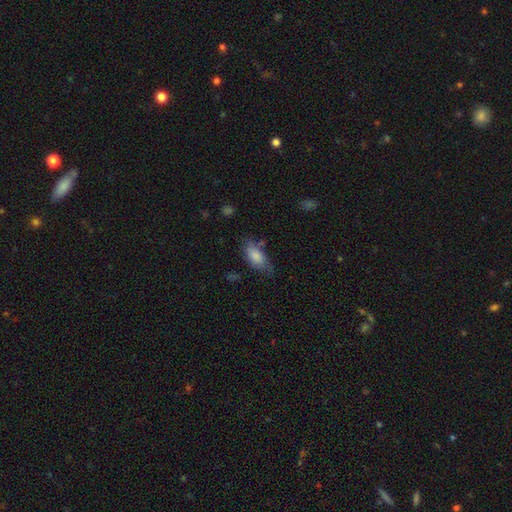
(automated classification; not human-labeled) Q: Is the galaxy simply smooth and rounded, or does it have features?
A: smooth — 80%.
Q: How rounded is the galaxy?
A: in between — 89%.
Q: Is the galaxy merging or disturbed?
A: none — 57%.